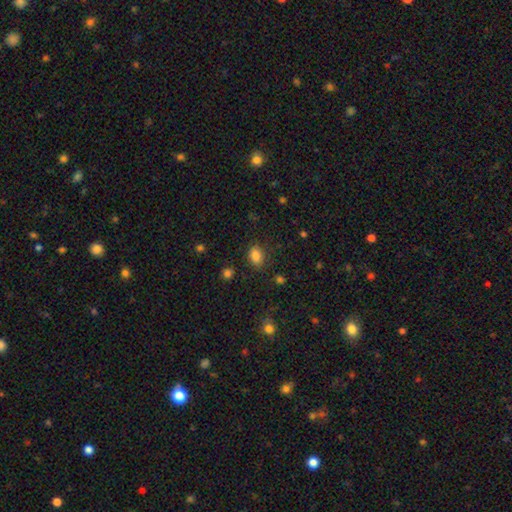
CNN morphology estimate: This appears to be a smooth galaxy with no disk features (84%) that is in between round and cigar-shaped (77%). Merging: none (83%).